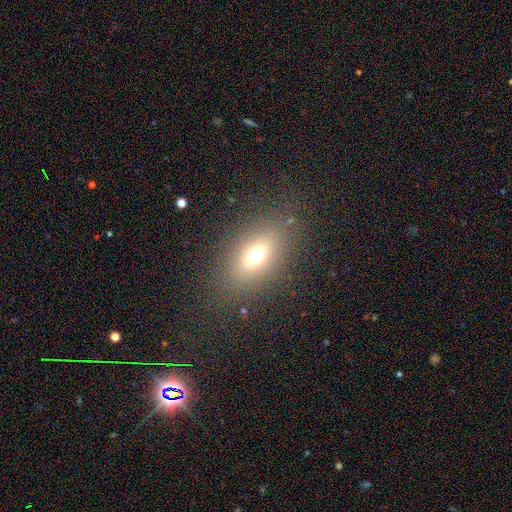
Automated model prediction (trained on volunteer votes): Smooth or featured?
  - smooth: 64% *
  - star or artifact: 19%
  - featured or disk: 17%
How rounded?
  - in between: 74% *
  - round: 21%
  - cigar-shaped: 5%
Merging?
  - none: 80% *
  - minor disturbance: 11%
  - major disturbance: 7%
  - merger: 2%